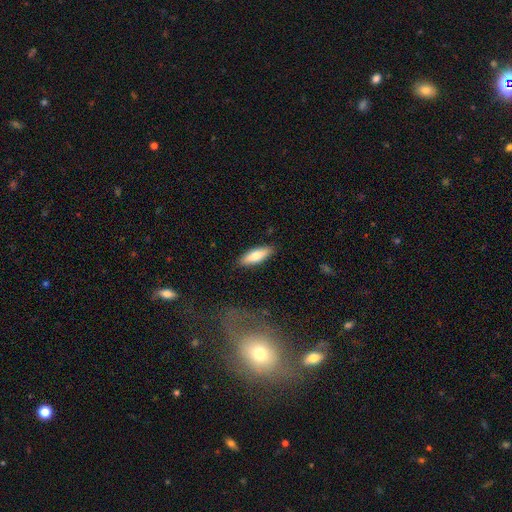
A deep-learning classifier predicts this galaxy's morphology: Smooth or featured: smooth — 73% (featured or disk — 21%)
How rounded: in between — 53% (cigar-shaped — 45%)
Merging: none — 87% (minor disturbance — 9%)